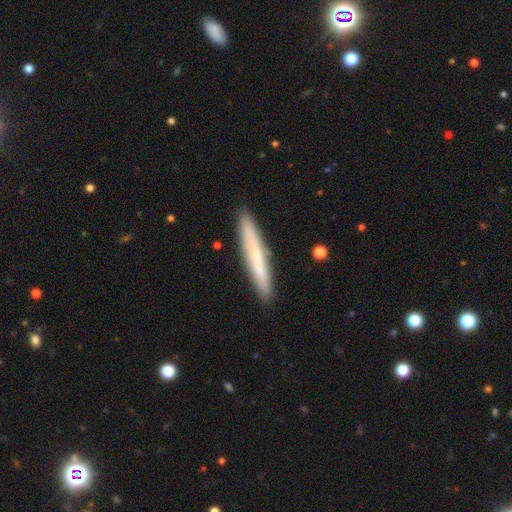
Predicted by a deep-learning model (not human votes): A smooth galaxy with no disk features (61%) that is cigar-shaped (95%).

Vote fractions:
- Smooth or featured? smooth: 61% / featured or disk: 33% / star or artifact: 7%
- How rounded? cigar-shaped: 95% / in between: 4% / round: 1%
- Merging? none: 90% / minor disturbance: 8% / major disturbance: 1% / merger: 1%